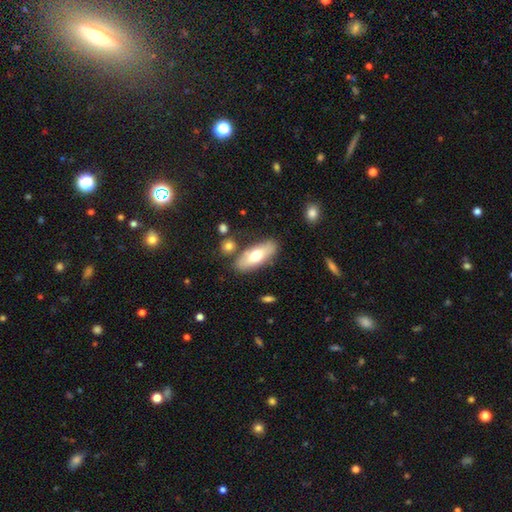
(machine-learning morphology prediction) A smooth galaxy with no disk features (64%) that is in between round and cigar-shaped (73%).

Vote fractions:
- Smooth or featured? smooth: 64% / featured or disk: 30% / star or artifact: 6%
- How rounded? in between: 73% / cigar-shaped: 25% / round: 3%
- Merging? none: 78% / minor disturbance: 12% / merger: 6% / major disturbance: 3%